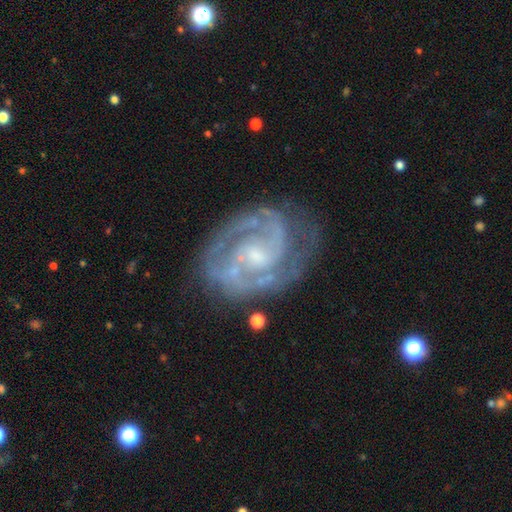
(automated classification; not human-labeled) Overall: featured or disk (90%). Edge-on disk: no (98%). Bar: no (46%; weak 43%). Spiral arms: yes (97%). Spiral arm count: 2 (72%). Spiral winding: tight (50%; medium 42%). Bulge size: small (59%; moderate 28%). Merging: none (71%).